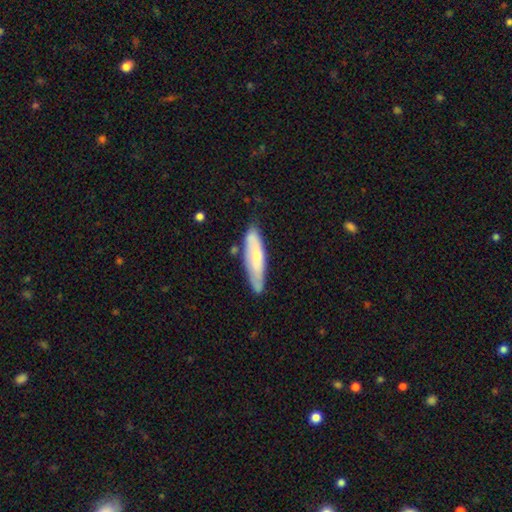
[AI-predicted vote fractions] Q: Smooth or featured?
A: smooth (54%); runner-up: featured or disk (40%)
Q: How rounded?
A: cigar-shaped (69%); runner-up: in between (30%)
Q: Merging?
A: none (69%); runner-up: minor disturbance (22%)